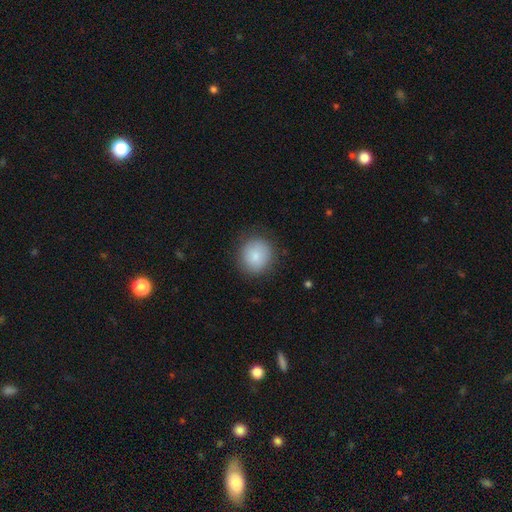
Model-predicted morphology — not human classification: A smooth galaxy with no disk features (84%) that is round (89%). Merging: none (83%).